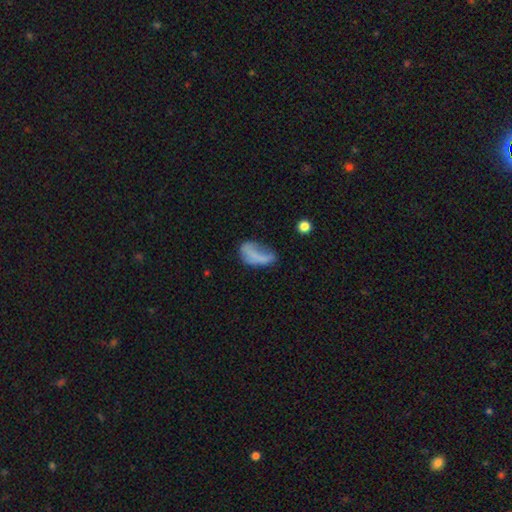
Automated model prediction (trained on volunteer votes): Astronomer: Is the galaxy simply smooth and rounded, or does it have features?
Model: smooth — 60%.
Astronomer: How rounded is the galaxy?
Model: in between — 85%.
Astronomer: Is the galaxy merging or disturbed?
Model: major disturbance — 39% (runner-up: minor disturbance, 28%).